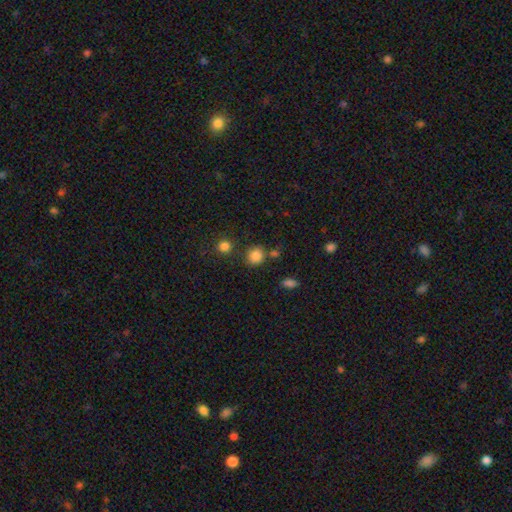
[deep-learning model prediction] This appears to be a smooth galaxy with no disk features (84%) that is round (75%). Merging: none (74%).